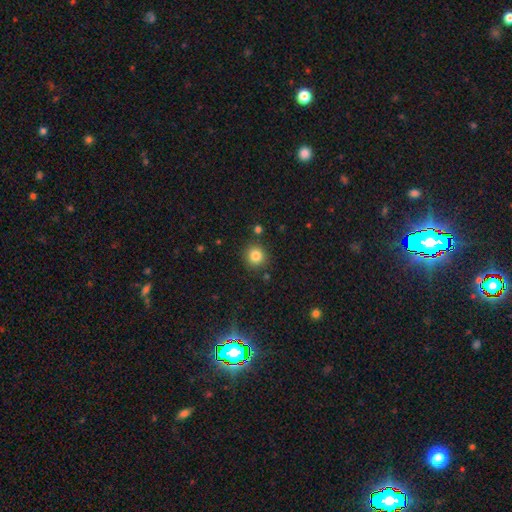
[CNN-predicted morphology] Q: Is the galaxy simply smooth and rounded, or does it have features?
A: smooth — 83%.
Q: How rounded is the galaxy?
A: round — 92%.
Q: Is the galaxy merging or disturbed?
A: none — 87%.